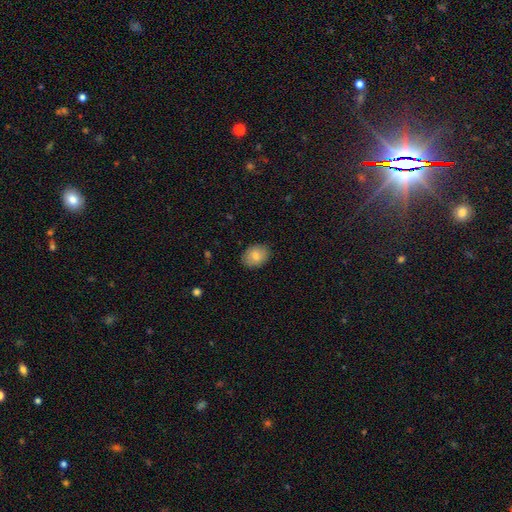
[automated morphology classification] A smooth galaxy with no disk features (81%) that is in between round and cigar-shaped (67%).

Vote fractions:
- Smooth or featured? smooth: 81% / featured or disk: 11% / star or artifact: 8%
- How rounded? in between: 67% / round: 32% / cigar-shaped: 1%
- Merging? none: 87% / minor disturbance: 10% / major disturbance: 2% / merger: 1%